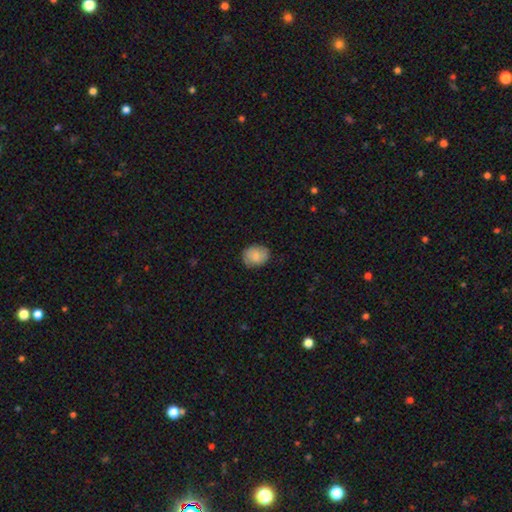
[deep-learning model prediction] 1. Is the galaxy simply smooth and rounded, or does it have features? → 77% smooth, 16% featured or disk, 7% star or artifact.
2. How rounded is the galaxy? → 56% round, 43% in between, 1% cigar-shaped.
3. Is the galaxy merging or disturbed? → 82% none, 14% minor disturbance, 3% major disturbance, 1% merger.